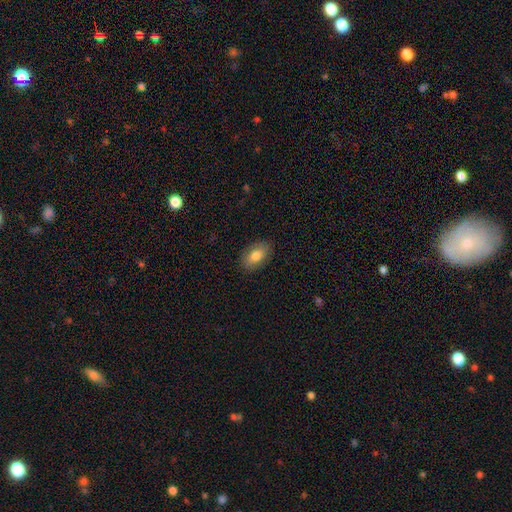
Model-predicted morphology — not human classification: smooth 78%, featured or disk 15%, star or artifact 7%. Down the decision tree: how rounded — in between (90%); merging — none (87%).